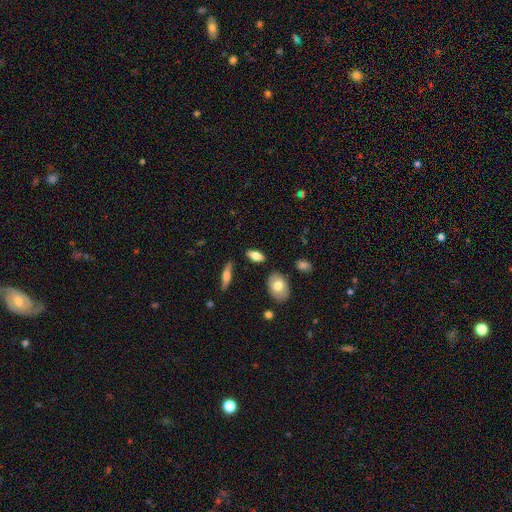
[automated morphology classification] This appears to be a smooth galaxy with no disk features (70%) that is in between round and cigar-shaped (78%). Merging: none (81%).